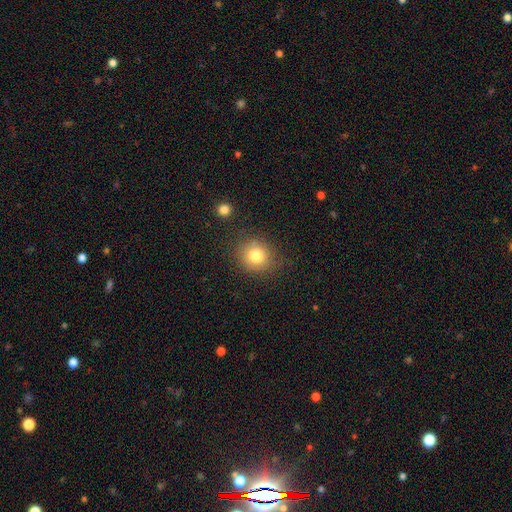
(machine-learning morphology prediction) The model was most divided on "how rounded": round: 80%, in between: 19%, cigar-shaped: 1%. More confident: merging — none (80%); smooth or featured — smooth (79%).